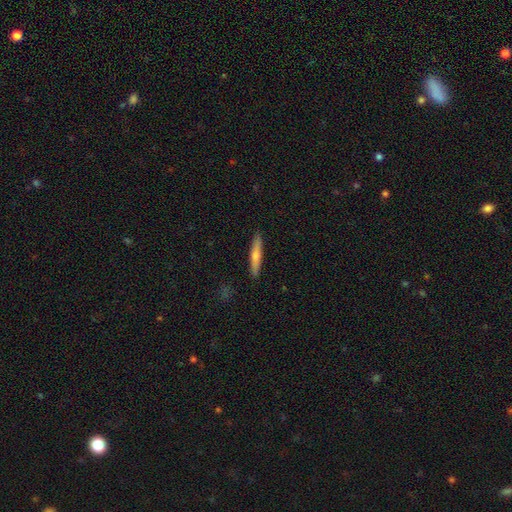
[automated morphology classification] smooth-or-featured: smooth: 60% | featured or disk: 35% | star or artifact: 6%
  how-rounded: cigar-shaped: 93% | in between: 6% | round: 1%
  merging: none: 91% | minor disturbance: 7% | major disturbance: 1% | merger: 1%